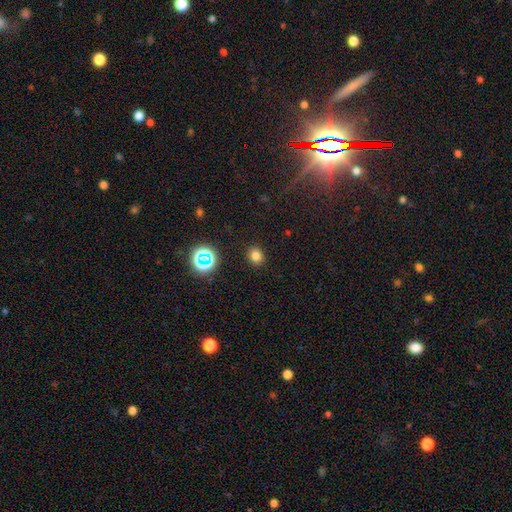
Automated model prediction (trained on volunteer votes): Q: Smooth or featured?
A: smooth (77%); runner-up: star or artifact (17%)
Q: How rounded?
A: round (70%); runner-up: in between (29%)
Q: Merging?
A: none (89%); runner-up: minor disturbance (7%)